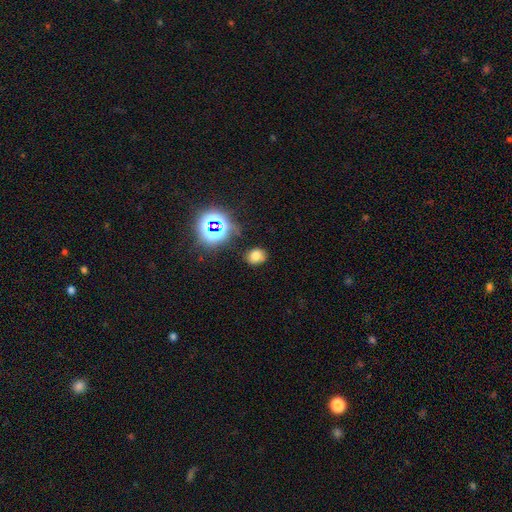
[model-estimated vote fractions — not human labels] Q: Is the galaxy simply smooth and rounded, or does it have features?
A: smooth — 69%.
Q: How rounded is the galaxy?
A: round — 56%.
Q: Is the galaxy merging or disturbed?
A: none — 80%.